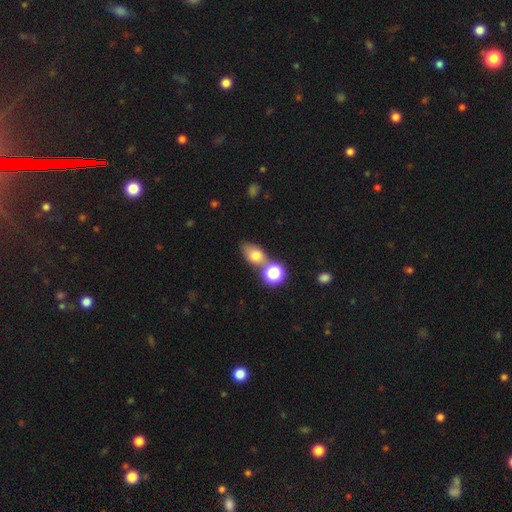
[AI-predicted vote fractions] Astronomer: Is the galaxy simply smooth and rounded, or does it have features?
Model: smooth — 73%.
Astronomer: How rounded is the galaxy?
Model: in between — 71%.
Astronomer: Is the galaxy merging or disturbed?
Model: none — 45% (runner-up: merger, 34%).